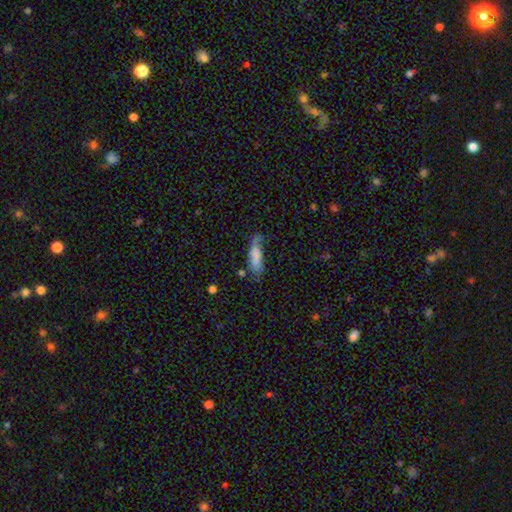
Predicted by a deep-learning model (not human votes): smooth_or_featured: smooth (p=0.76) [alt: featured or disk p=0.17]
how_rounded: in between (p=0.50) [alt: cigar-shaped p=0.47]
merging: none (p=0.43) [alt: minor disturbance p=0.33]